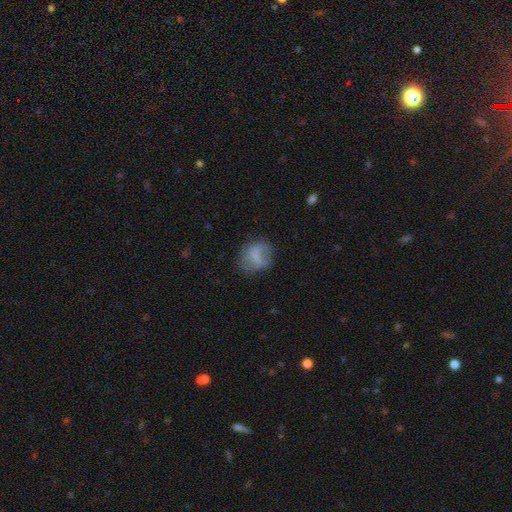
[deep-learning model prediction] This is possibly a smooth galaxy (60%). How rounded: possibly round (58%). Merging: possibly none (56%).